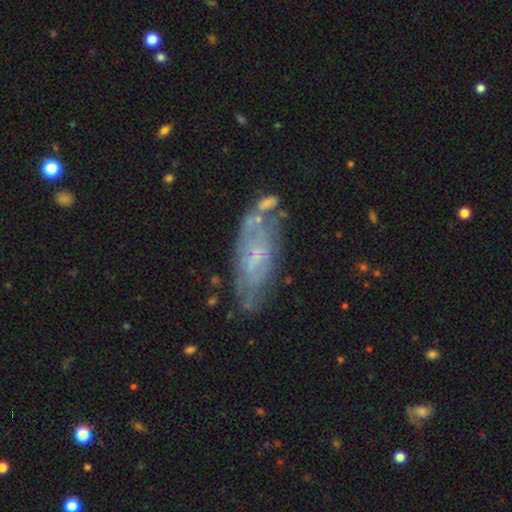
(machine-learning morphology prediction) A featured or disk galaxy (62%) with no bar (54%), spiral arms (54%) and a small central bulge (52%).

Vote fractions:
- Smooth or featured? featured or disk: 62% / smooth: 29% / star or artifact: 9%
- Edge-on disk? no: 84% / yes: 16%
- Bar? no: 54% / weak: 38% / strong: 9%
- Spiral arms? yes: 54% / no: 46%
- Bulge size? small: 52% / none: 25% / moderate: 20% / large: 2% / dominant: 1%
- Merging? none: 57% / minor disturbance: 23% / major disturbance: 10% / merger: 9%